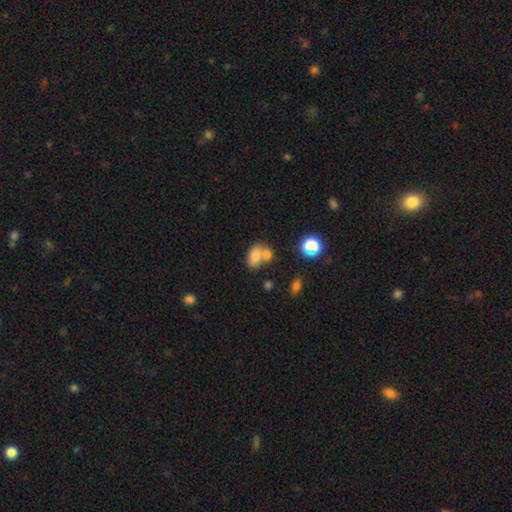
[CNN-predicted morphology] type=smooth (77%); roundness=in between (84%); merging=merger (49%).